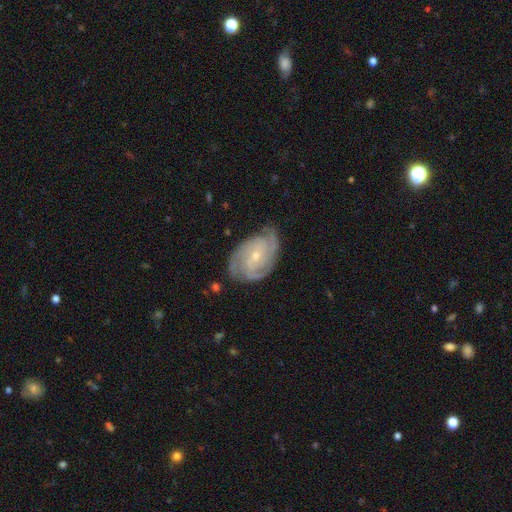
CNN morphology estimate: type=featured or disk (88%); edge-on=no (97%); bar=no (52%); spiral arms=yes (98%); winding=tight (62%); arm count=3 (41%); bulge=small (68%); merging=none (74%).